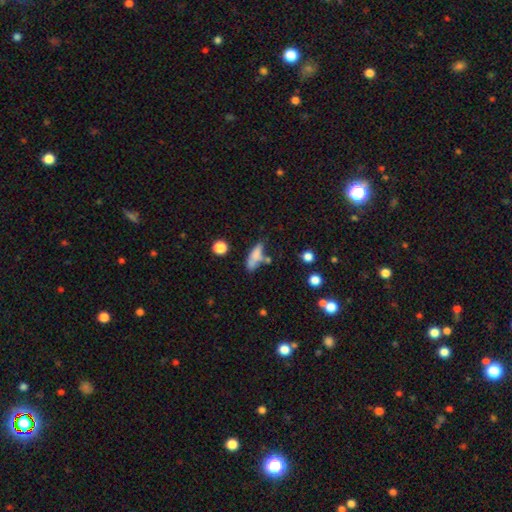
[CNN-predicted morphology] smooth-or-featured: smooth: 71% | featured or disk: 20% | star or artifact: 9%
  how-rounded: in between: 53% | cigar-shaped: 43% | round: 4%
  merging: none: 45% | minor disturbance: 23% | merger: 21% | major disturbance: 11%